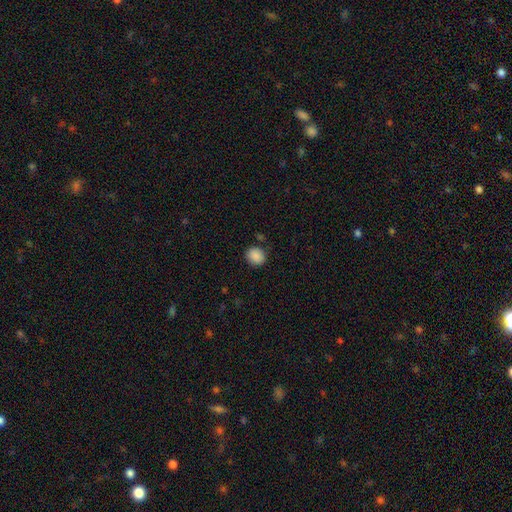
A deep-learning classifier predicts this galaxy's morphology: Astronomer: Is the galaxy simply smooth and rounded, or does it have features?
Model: smooth — 88%.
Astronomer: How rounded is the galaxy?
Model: round — 74%.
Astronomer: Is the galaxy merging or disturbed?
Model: none — 85%.